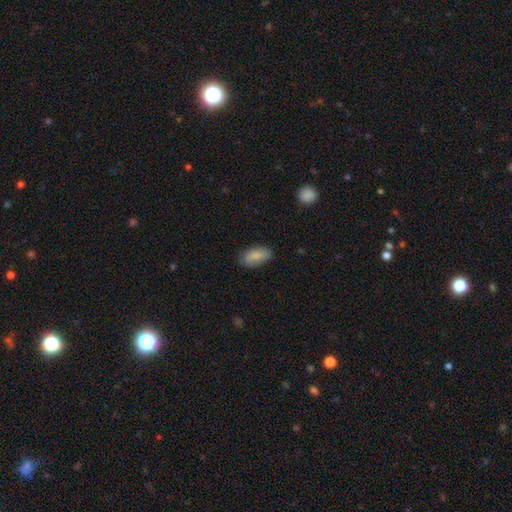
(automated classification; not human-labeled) Smooth or featured? smooth (84%)
How rounded? in between (92%)
Merging? none (79%)